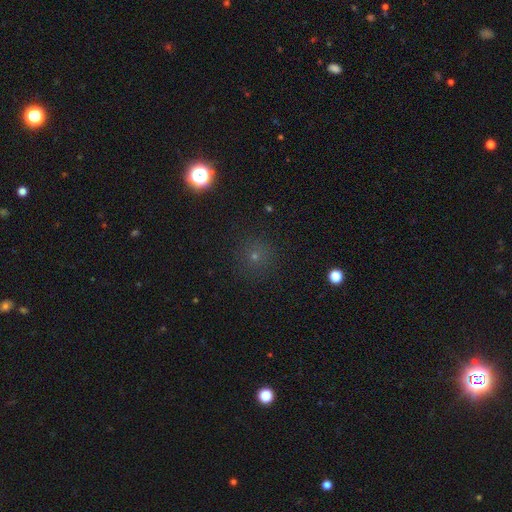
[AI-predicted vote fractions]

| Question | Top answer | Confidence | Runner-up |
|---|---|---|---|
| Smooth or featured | smooth | 62% | star or artifact (30%) |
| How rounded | round | 94% | in between (5%) |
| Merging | none | 88% | minor disturbance (7%) |